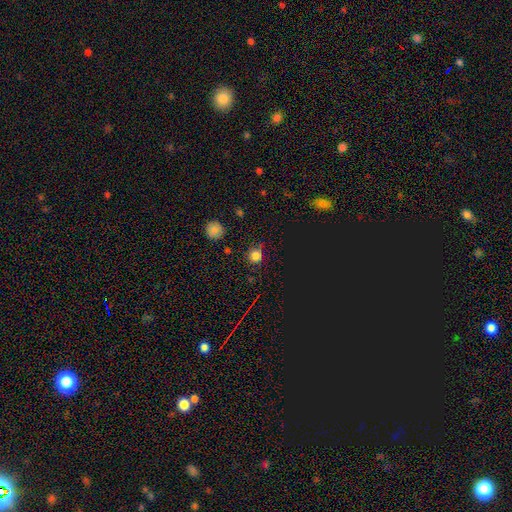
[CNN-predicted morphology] Q: Smooth or featured?
A: smooth (73%); runner-up: star or artifact (22%)
Q: How rounded?
A: round (92%); runner-up: in between (7%)
Q: Merging?
A: none (81%); runner-up: minor disturbance (12%)